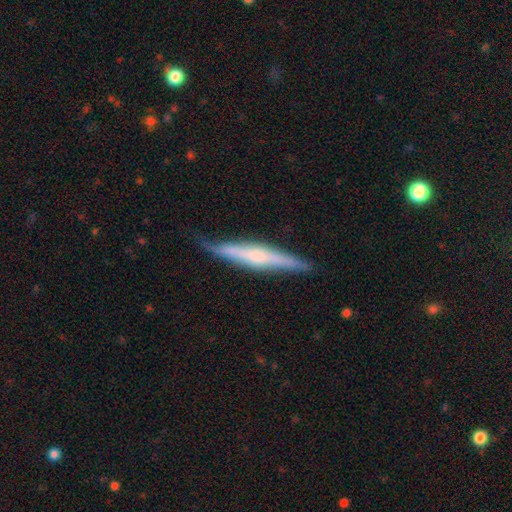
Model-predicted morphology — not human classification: This appears to be a featured or disk galaxy (63%) viewed edge-on (94%) with a rounded central bulge (61%). Merging: none (76%).